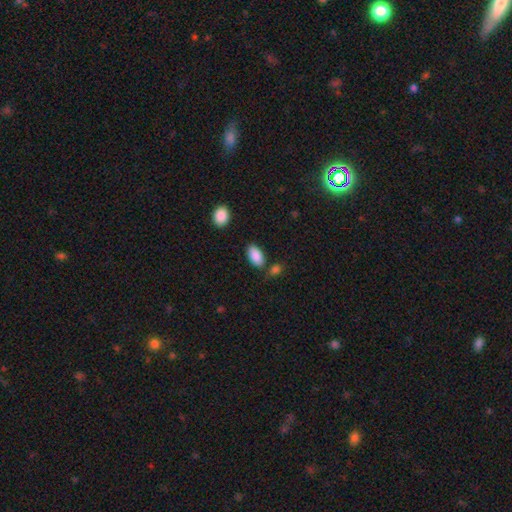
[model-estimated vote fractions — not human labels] smooth_or_featured: smooth (p=0.89) [alt: star or artifact p=0.07]
how_rounded: in between (p=0.94) [alt: round p=0.03]
merging: none (p=0.75) [alt: minor disturbance p=0.13]